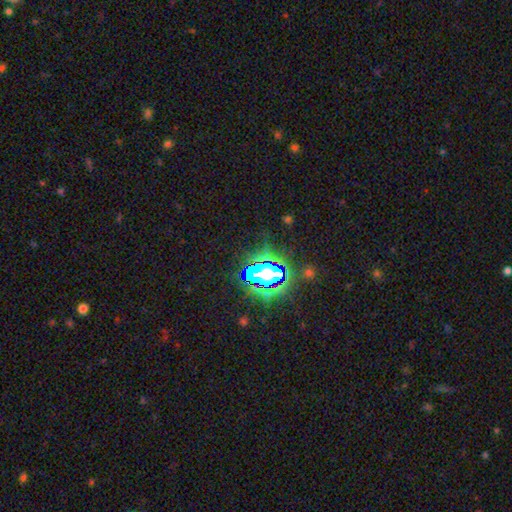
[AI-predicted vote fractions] This appears to be a star or artifact, not a galaxy (83%).